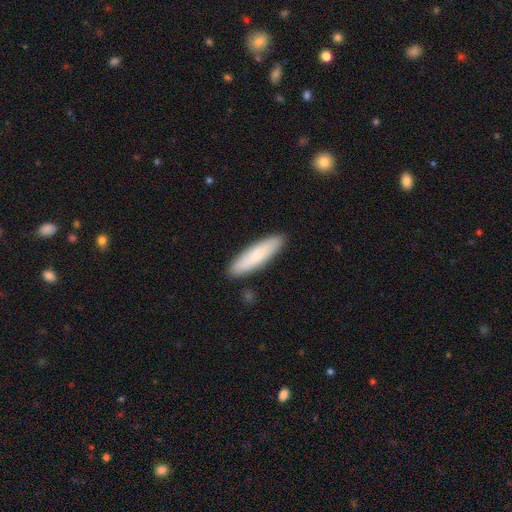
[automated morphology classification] This appears to be a smooth galaxy with no disk features (76%) that is cigar-shaped (70%). Merging: none (89%).